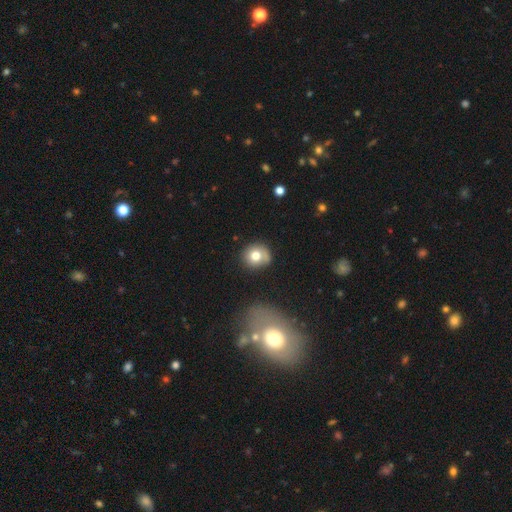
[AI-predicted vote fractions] Smooth or featured? Predicted: smooth (p=0.74). How rounded? Predicted: round (p=0.84). Merging? Predicted: none (p=0.69).